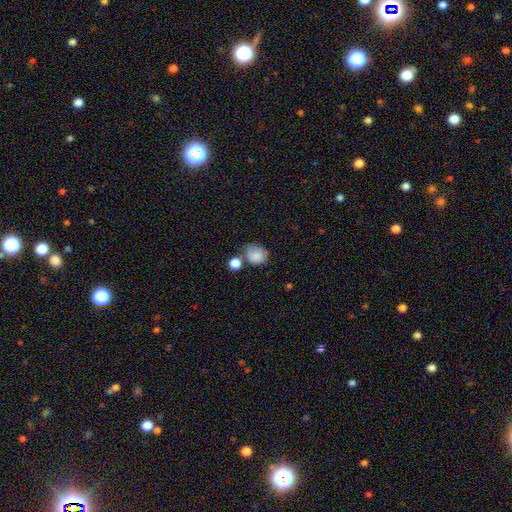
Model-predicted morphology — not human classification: Q: Smooth or featured?
A: smooth (85%); runner-up: star or artifact (9%)
Q: How rounded?
A: round (59%); runner-up: in between (40%)
Q: Merging?
A: none (54%); runner-up: merger (20%)